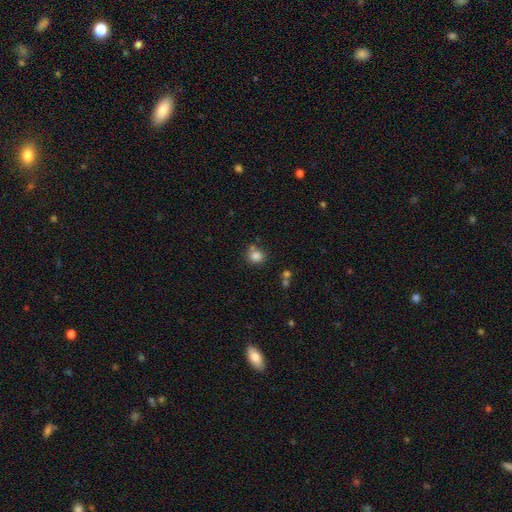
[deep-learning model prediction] The model was most divided on "merging": none: 67%, merger: 15%, minor disturbance: 13%, major disturbance: 5%. More confident: smooth or featured — smooth (82%); how rounded — round (82%).